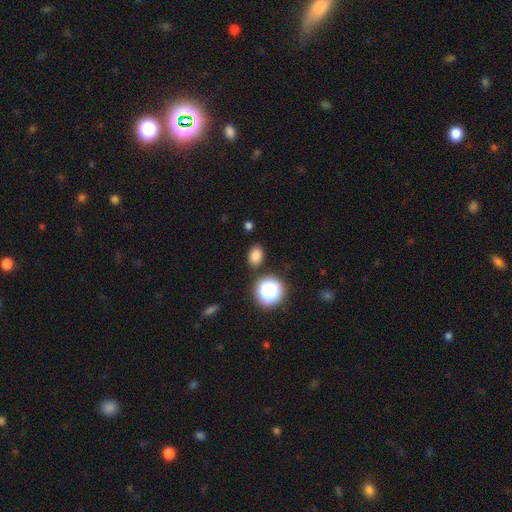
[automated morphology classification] Overall: smooth (79%). How rounded: in between (66%; round 33%). Merging: none (85%).